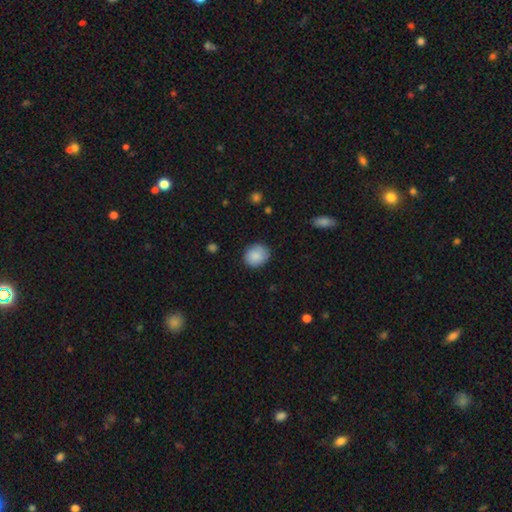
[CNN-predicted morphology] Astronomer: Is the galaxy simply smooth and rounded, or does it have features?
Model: smooth — 87%.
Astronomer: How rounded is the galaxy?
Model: round — 71%.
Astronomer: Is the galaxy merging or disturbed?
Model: none — 83%.